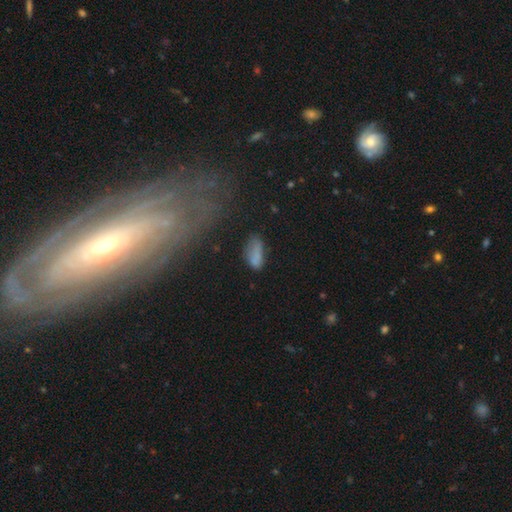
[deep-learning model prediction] This appears to be a smooth galaxy with no disk features (76%) that is in between round and cigar-shaped (85%). Merging: none (53%).